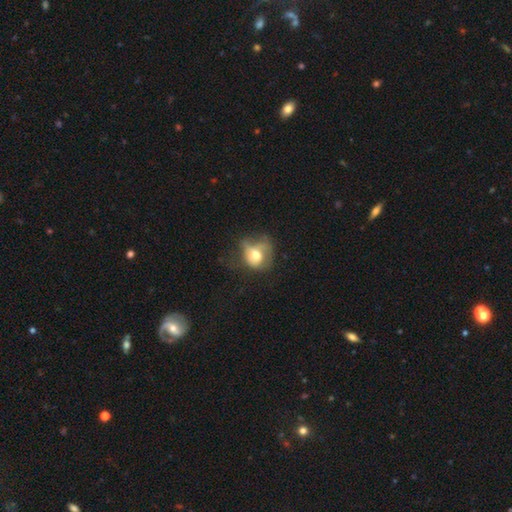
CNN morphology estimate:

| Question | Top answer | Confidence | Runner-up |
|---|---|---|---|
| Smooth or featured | smooth | 62% | featured or disk (28%) |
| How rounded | round | 58% | in between (40%) |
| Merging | major disturbance | 37% | minor disturbance (30%) |